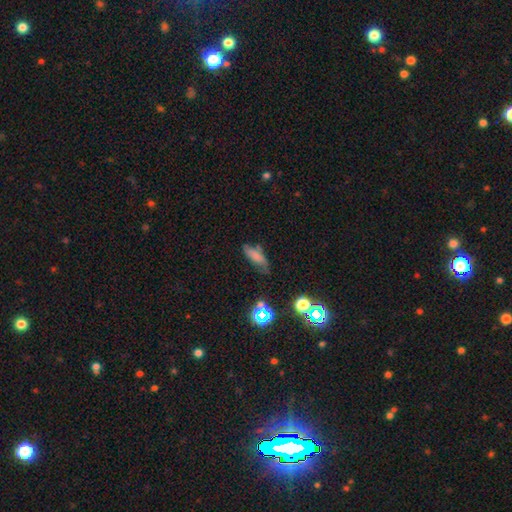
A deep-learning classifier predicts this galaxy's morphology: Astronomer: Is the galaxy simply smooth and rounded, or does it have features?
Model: smooth — 67%.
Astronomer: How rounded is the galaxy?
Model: in between — 55% (runner-up: cigar-shaped, 41%).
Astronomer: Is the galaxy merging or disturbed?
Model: none — 53% (runner-up: minor disturbance, 31%).